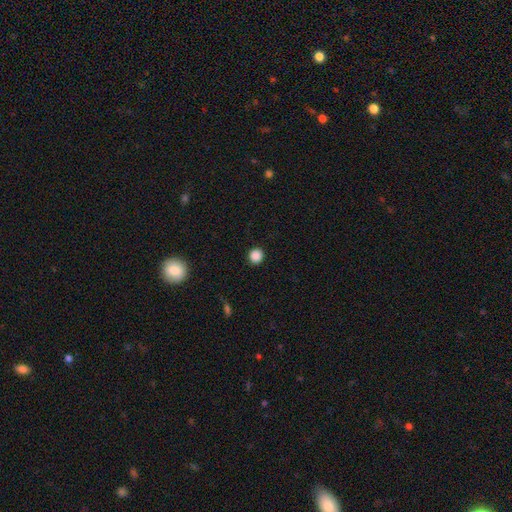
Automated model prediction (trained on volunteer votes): Smooth or featured? Predicted: smooth (p=0.87). How rounded? Predicted: round (p=0.93). Merging? Predicted: none (p=0.92).